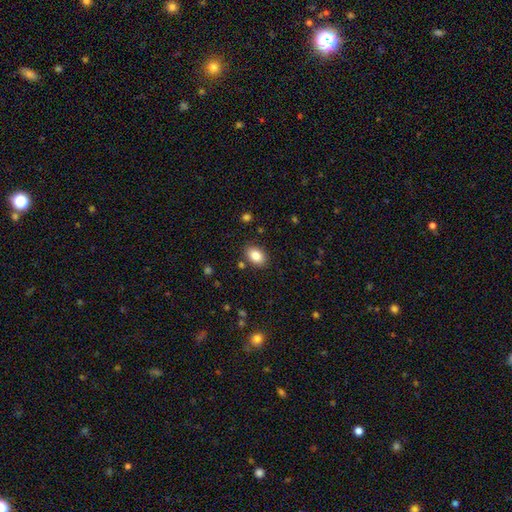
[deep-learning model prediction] Morphology: type=smooth (85%); roundness=in between (84%); merging=none (86%).